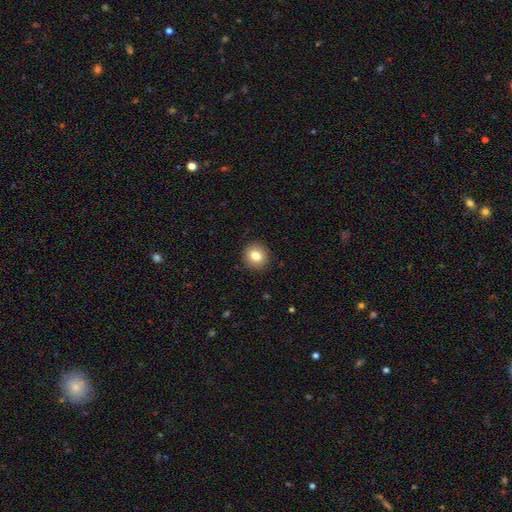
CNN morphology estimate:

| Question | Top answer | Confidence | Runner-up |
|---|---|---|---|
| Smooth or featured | smooth | 82% | star or artifact (9%) |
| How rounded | round | 85% | in between (14%) |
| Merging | none | 91% | minor disturbance (6%) |